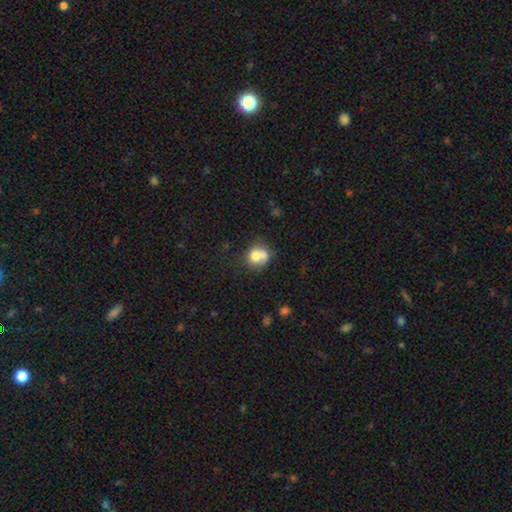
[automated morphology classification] The model was most divided on "merging": merger: 47%, none: 36%, minor disturbance: 12%, major disturbance: 6%. More confident: how rounded — round (75%); smooth or featured — smooth (71%).